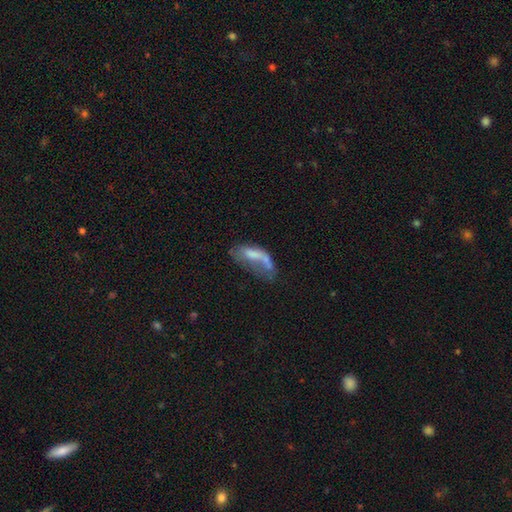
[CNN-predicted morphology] type=smooth (50%); roundness=in between (79%); merging=major disturbance (40%).